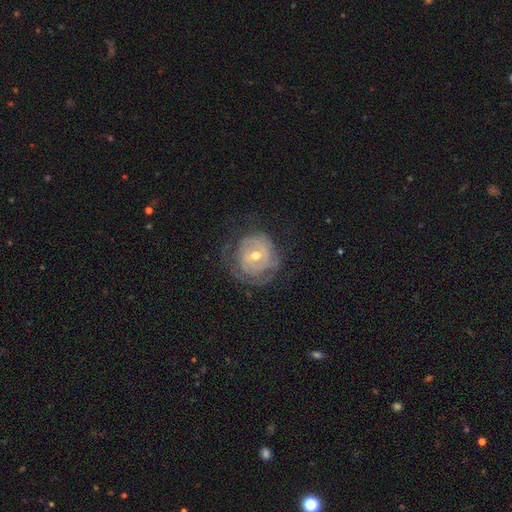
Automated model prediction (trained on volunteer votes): A featured or disk galaxy (78%) with no bar (51%), tight (71%) spiral arms (82%) and a moderate central bulge (57%). Merging: none (64%).